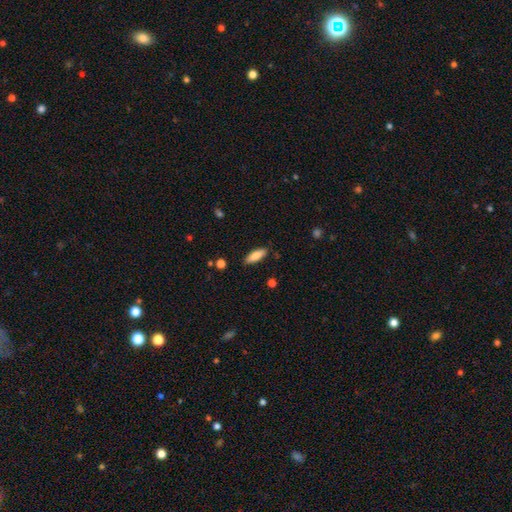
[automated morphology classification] smooth-or-featured: smooth: 81% | featured or disk: 12% | star or artifact: 6%
  how-rounded: in between: 57% | cigar-shaped: 41% | round: 2%
  merging: none: 86% | minor disturbance: 10% | major disturbance: 2% | merger: 1%